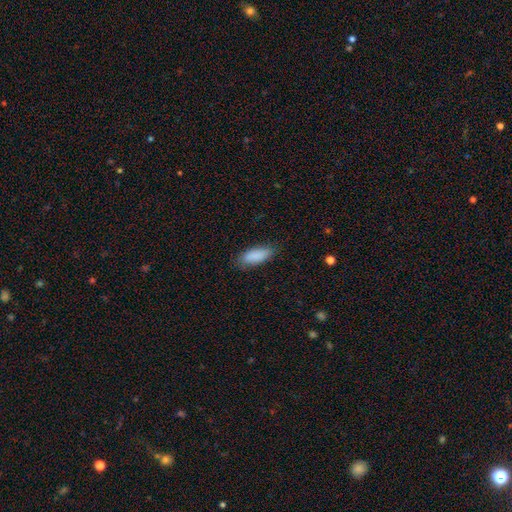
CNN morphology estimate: type=smooth (88%); roundness=in between (74%); merging=none (80%).